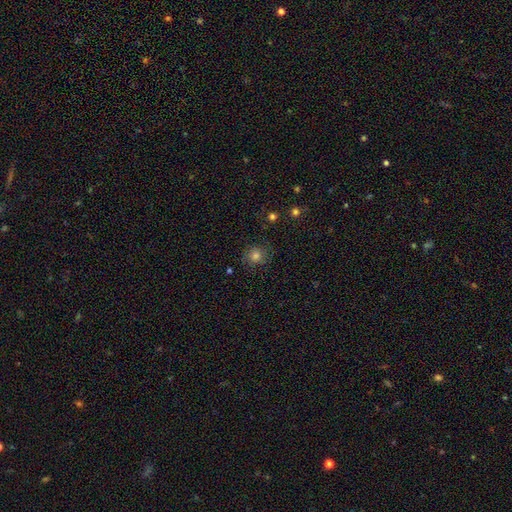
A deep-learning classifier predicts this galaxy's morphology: smooth 69%, star or artifact 19%, featured or disk 11%. Down the decision tree: how rounded — round (89%); merging — none (82%).